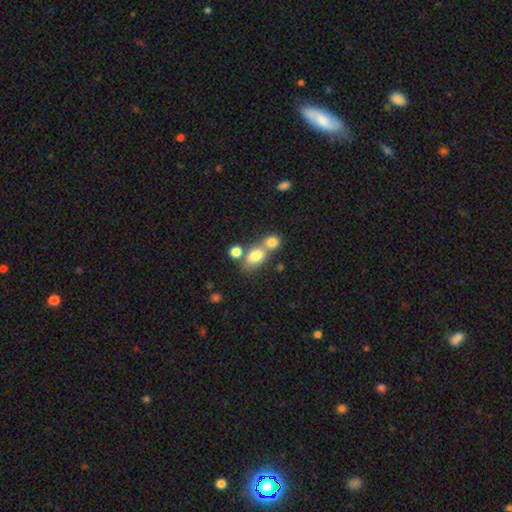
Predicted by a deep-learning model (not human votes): A smooth galaxy with no disk features (76%) that is in between round and cigar-shaped (64%). Merging: merger (48%).